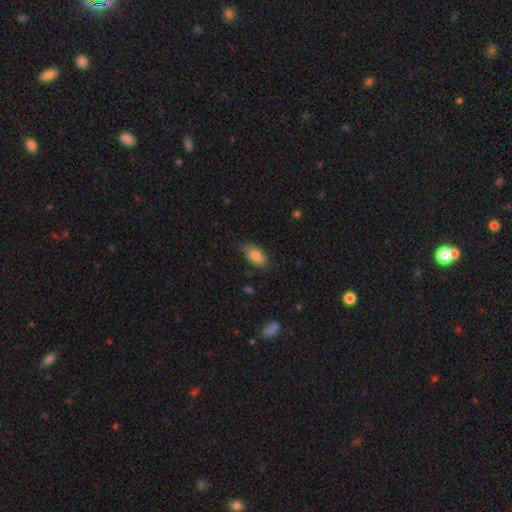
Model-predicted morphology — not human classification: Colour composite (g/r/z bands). It shows a smooth galaxy with no disk features (82%) that is in between round and cigar-shaped (91%). Merging: none (78%).